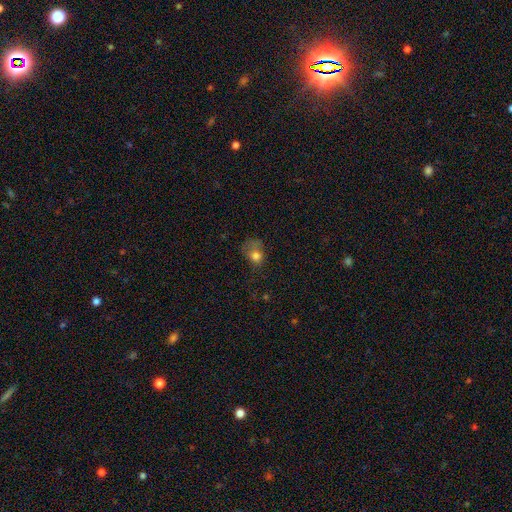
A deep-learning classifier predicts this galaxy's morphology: type=smooth (73%); roundness=round (50%); merging=major disturbance (42%).